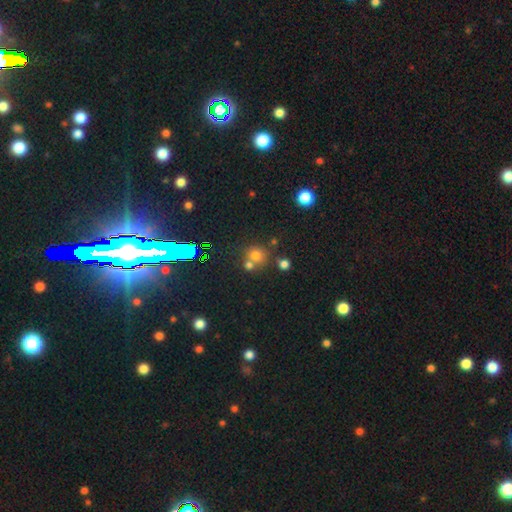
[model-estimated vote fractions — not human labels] A smooth galaxy with no disk features (66%) that is round (86%). Merging: none (57%).